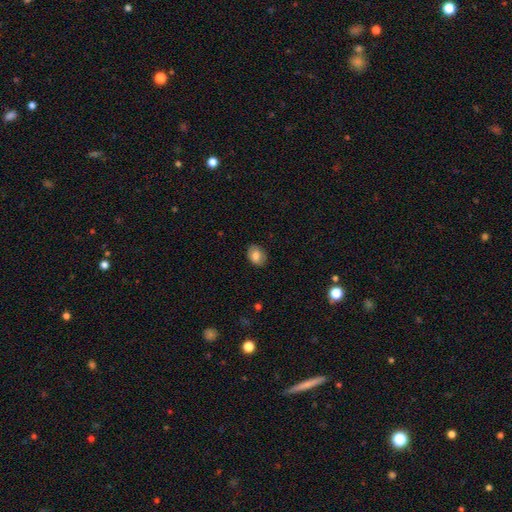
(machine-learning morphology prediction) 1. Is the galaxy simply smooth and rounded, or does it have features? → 79% smooth, 13% featured or disk, 8% star or artifact.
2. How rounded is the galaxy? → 70% in between, 28% round, 1% cigar-shaped.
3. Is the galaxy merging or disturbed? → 84% none, 12% minor disturbance, 3% major disturbance, 1% merger.